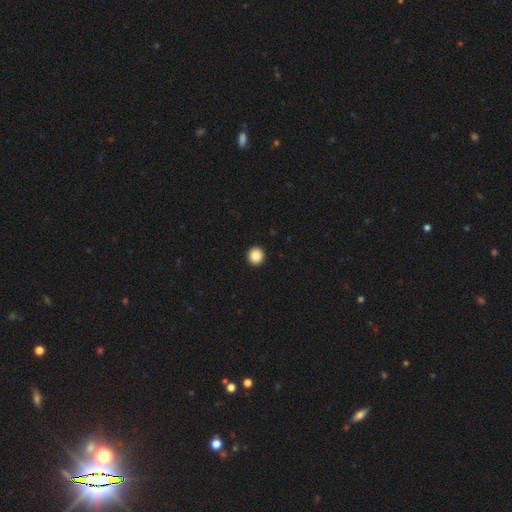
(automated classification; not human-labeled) smooth-or-featured: smooth: 87% | star or artifact: 9% | featured or disk: 4%
  how-rounded: round: 89% | in between: 10% | cigar-shaped: 1%
  merging: none: 94% | minor disturbance: 4% | major disturbance: 1% | merger: 1%